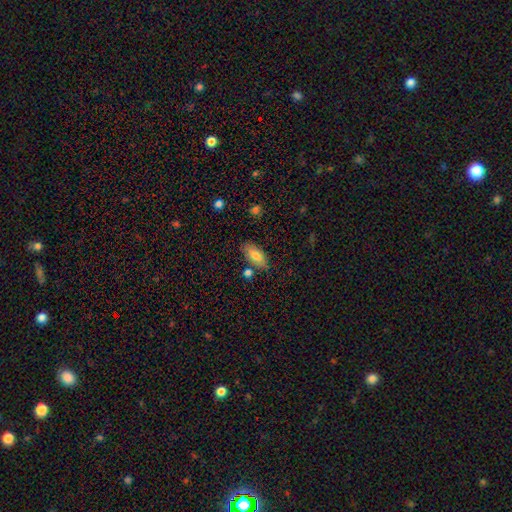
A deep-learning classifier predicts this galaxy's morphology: A smooth galaxy with no disk features (78%) that is in between round and cigar-shaped (86%).

Vote fractions:
- Smooth or featured? smooth: 78% / featured or disk: 15% / star or artifact: 7%
- How rounded? in between: 86% / cigar-shaped: 11% / round: 3%
- Merging? none: 79% / minor disturbance: 13% / merger: 6% / major disturbance: 3%